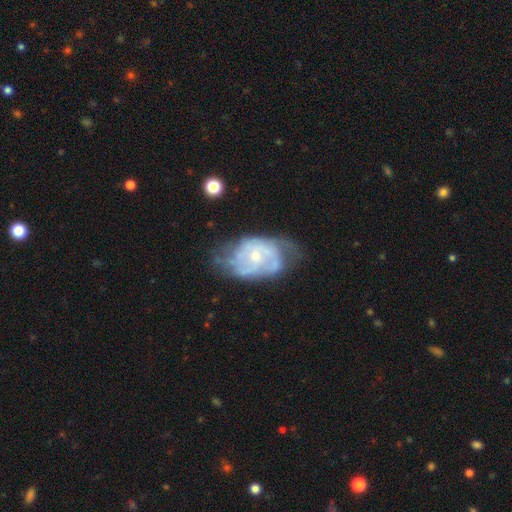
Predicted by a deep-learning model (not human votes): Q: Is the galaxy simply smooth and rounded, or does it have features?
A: featured or disk — 79%.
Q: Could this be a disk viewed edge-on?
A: no — 97%.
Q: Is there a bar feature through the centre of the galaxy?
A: no — 66%.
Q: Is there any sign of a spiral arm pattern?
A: yes — 84%.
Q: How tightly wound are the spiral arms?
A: tight — 46%.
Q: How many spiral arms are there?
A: can't tell — 41%.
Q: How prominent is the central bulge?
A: small — 63%.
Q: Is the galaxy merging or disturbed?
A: none — 48%.